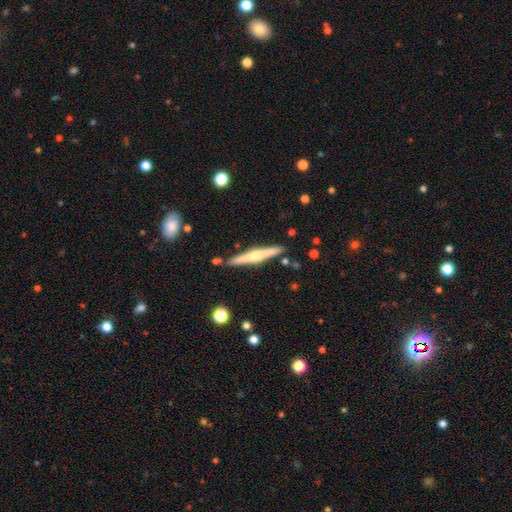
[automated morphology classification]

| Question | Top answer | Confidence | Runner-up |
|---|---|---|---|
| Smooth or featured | featured or disk | 63% | smooth (31%) |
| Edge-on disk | yes | 98% | no (2%) |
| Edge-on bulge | rounded | 75% | boxy (13%) |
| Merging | none | 87% | minor disturbance (8%) |